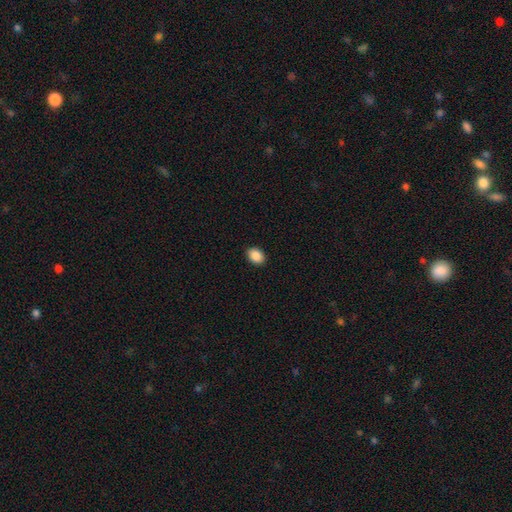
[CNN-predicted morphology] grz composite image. It shows a smooth galaxy with no disk features (89%) that is in between round and cigar-shaped (72%). Merging: none (91%).